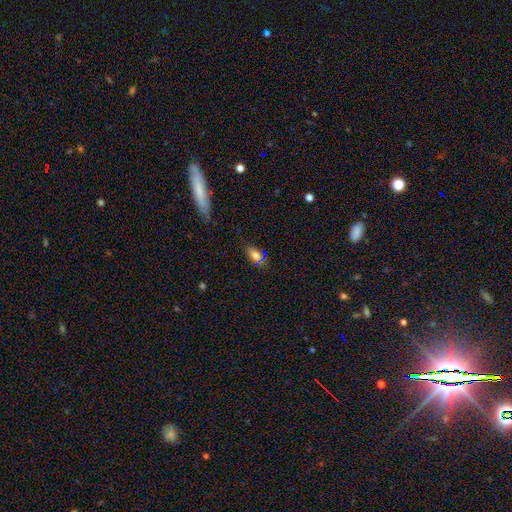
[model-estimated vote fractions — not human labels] The model was most divided on "smooth or featured": smooth: 68%, star or artifact: 19%, featured or disk: 13%. More confident: how rounded — in between (82%); merging — none (76%).